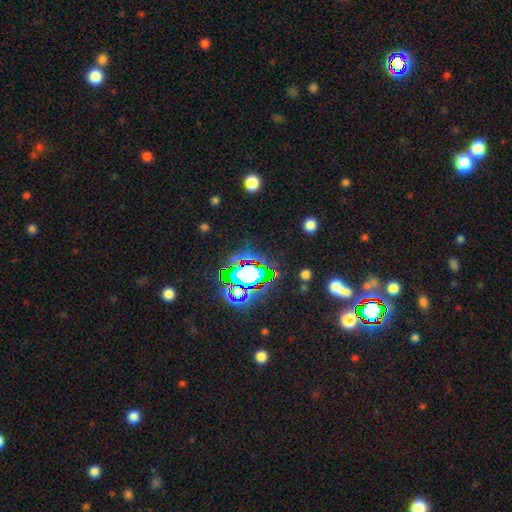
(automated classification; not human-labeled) This appears to be a star or artifact, not a galaxy (84%).